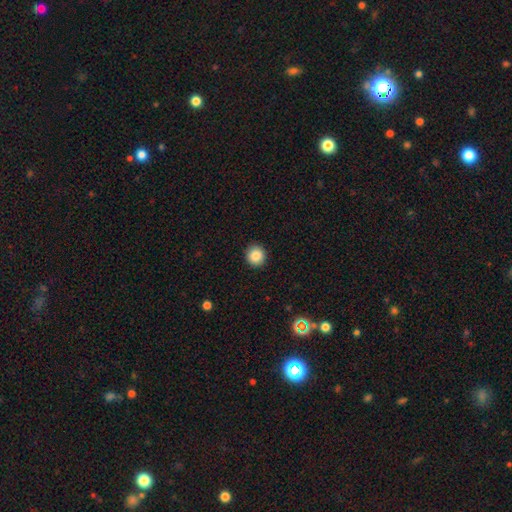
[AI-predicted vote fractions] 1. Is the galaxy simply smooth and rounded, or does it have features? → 86% smooth, 9% star or artifact, 5% featured or disk.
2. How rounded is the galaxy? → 93% round, 7% in between, 1% cigar-shaped.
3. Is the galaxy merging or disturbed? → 92% none, 5% minor disturbance, 2% major disturbance, 1% merger.